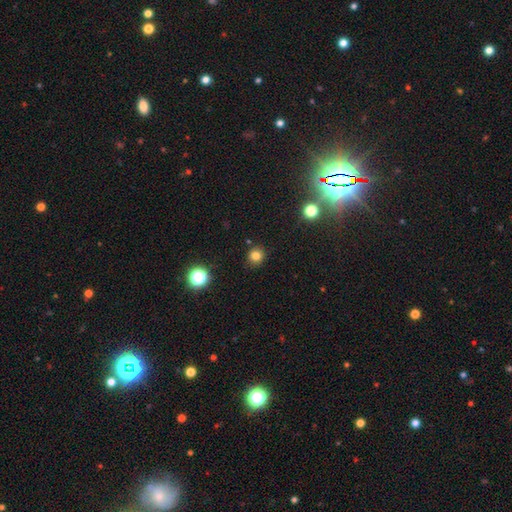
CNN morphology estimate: Overall: smooth (80%). How rounded: round (88%). Merging: none (87%).